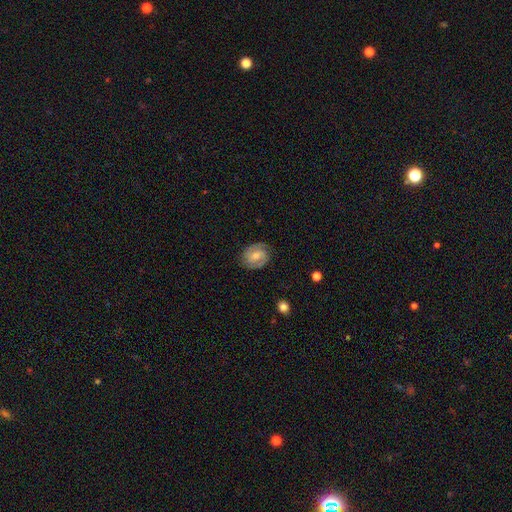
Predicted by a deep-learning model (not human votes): Smooth or featured? Predicted: featured or disk (p=0.76). Edge-on disk? Predicted: no (p=0.97). Bar? Predicted: weak (p=0.47). Spiral arms? Predicted: yes (p=0.93). Spiral winding? Predicted: tight (p=0.53). Spiral arm count? Predicted: 2 (p=0.85). Bulge size? Predicted: moderate (p=0.54). Merging? Predicted: none (p=0.83).